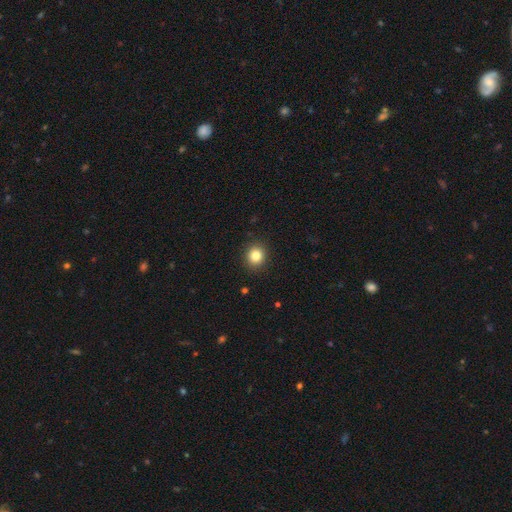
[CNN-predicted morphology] smooth 83%, star or artifact 11%, featured or disk 6%. Down the decision tree: how rounded — round (86%); merging — none (91%).